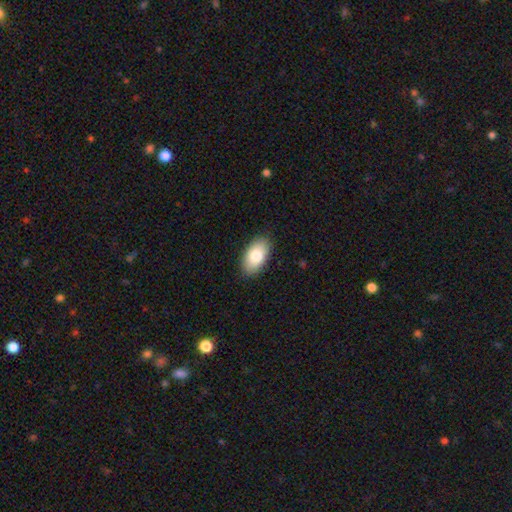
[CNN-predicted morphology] The model was most divided on "smooth or featured": smooth: 81%, featured or disk: 12%, star or artifact: 7%. More confident: how rounded — in between (94%); merging — none (88%).